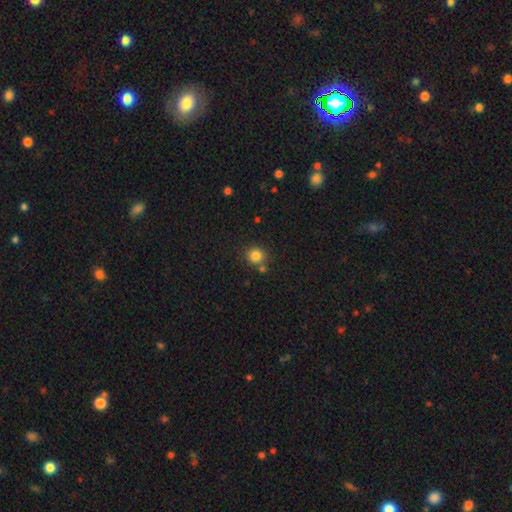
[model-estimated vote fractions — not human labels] smooth_or_featured: smooth (p=0.83) [alt: star or artifact p=0.11]
how_rounded: round (p=0.90) [alt: in between p=0.09]
merging: none (p=0.74) [alt: merger p=0.14]